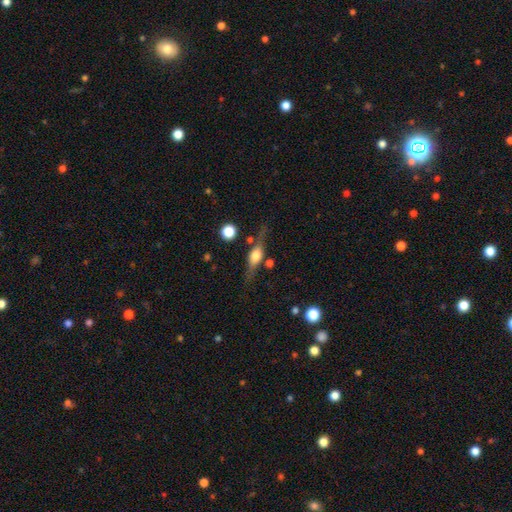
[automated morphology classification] smooth-or-featured: featured or disk: 63% | smooth: 30% | star or artifact: 7%
  disk-edge-on: yes: 92% | no: 8%
    edge-on-bulge: rounded: 88% | boxy: 10% | none: 2%
  merging: none: 72% | minor disturbance: 16% | major disturbance: 7% | merger: 5%